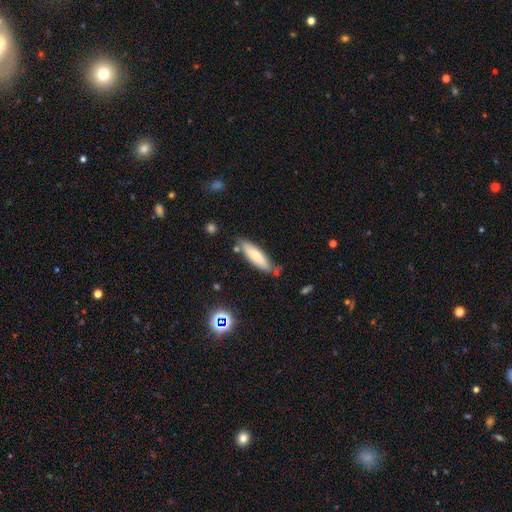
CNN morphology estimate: This appears to be a smooth galaxy with no disk features (67%) that is cigar-shaped (56%). Merging: none (74%).